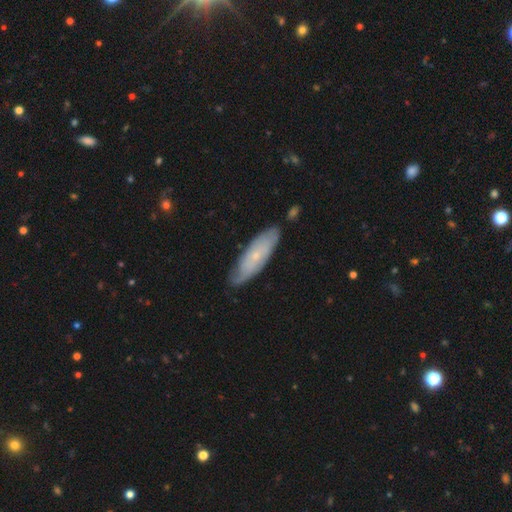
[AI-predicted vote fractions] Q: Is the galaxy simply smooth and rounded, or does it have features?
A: featured or disk — 55%.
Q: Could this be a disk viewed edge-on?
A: no — 75%.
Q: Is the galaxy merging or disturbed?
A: none — 76%.